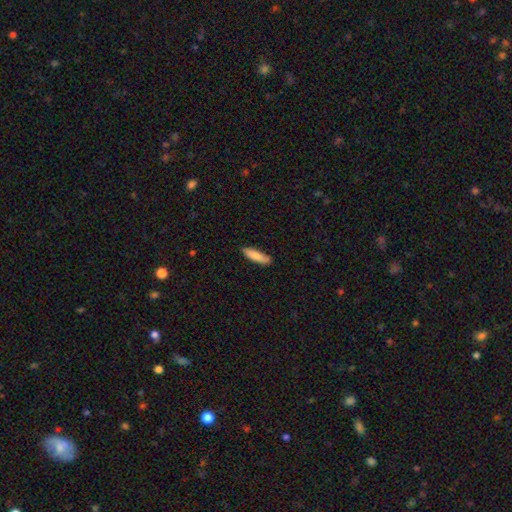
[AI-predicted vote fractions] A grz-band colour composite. It shows a smooth galaxy with no disk features (86%) that is cigar-shaped (71%). Merging: none (85%).